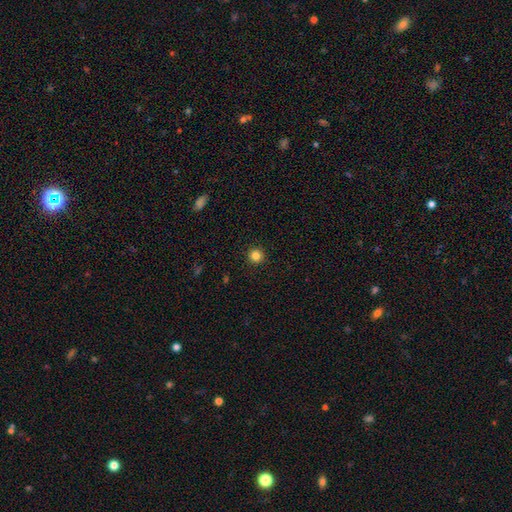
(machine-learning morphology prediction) Q: Smooth or featured?
A: smooth (83%); runner-up: star or artifact (12%)
Q: How rounded?
A: round (96%); runner-up: in between (3%)
Q: Merging?
A: none (93%); runner-up: minor disturbance (4%)